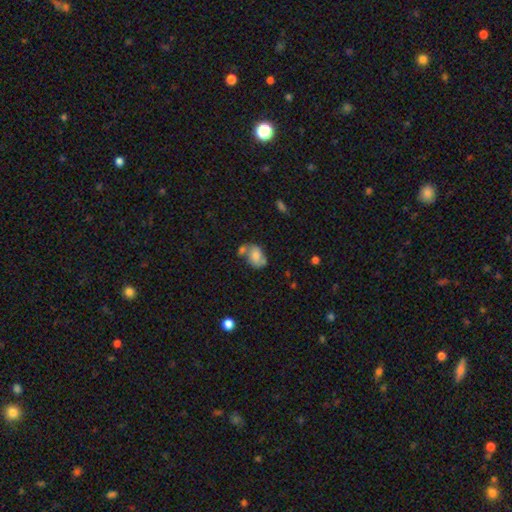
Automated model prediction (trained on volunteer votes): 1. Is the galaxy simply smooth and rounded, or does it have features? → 64% smooth, 27% featured or disk, 9% star or artifact.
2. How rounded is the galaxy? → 79% in between, 20% round, 1% cigar-shaped.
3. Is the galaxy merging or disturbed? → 41% none, 29% merger, 21% minor disturbance, 9% major disturbance.